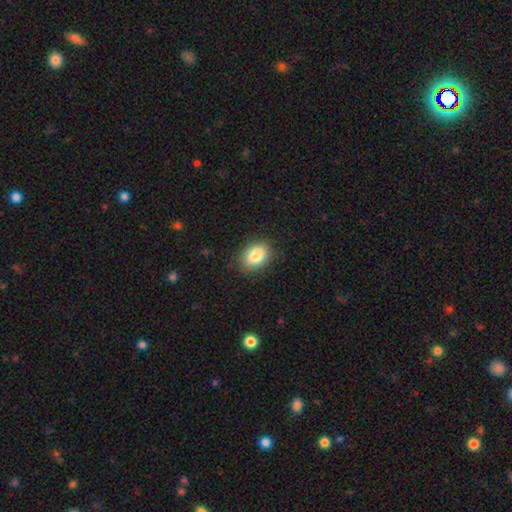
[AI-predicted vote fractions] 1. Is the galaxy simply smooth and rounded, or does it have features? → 85% smooth, 8% star or artifact, 7% featured or disk.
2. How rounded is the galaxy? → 78% in between, 21% round, 1% cigar-shaped.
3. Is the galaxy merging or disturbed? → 86% none, 10% minor disturbance, 3% major disturbance, 1% merger.